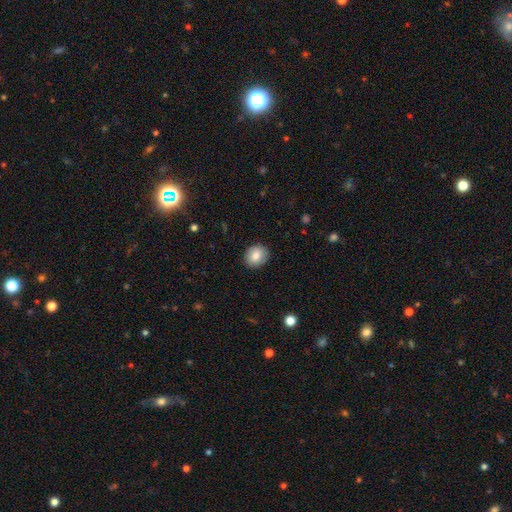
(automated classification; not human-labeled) A smooth galaxy with no disk features (81%) that is round (72%).

Vote fractions:
- Smooth or featured? smooth: 81% / featured or disk: 11% / star or artifact: 8%
- How rounded? round: 72% / in between: 27% / cigar-shaped: 1%
- Merging? none: 89% / minor disturbance: 8% / major disturbance: 2% / merger: 1%